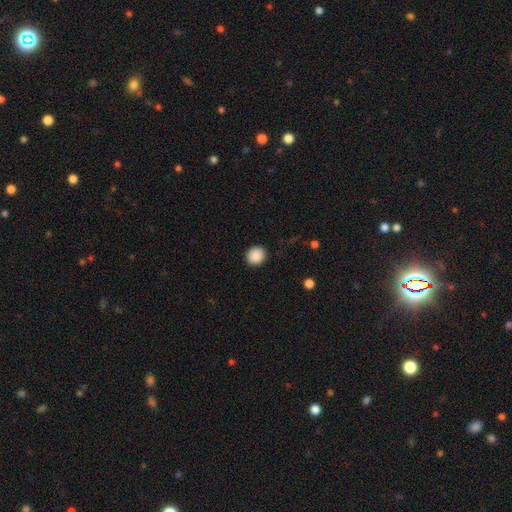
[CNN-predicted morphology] Overall: smooth (89%). How rounded: round (88%). Merging: none (92%).